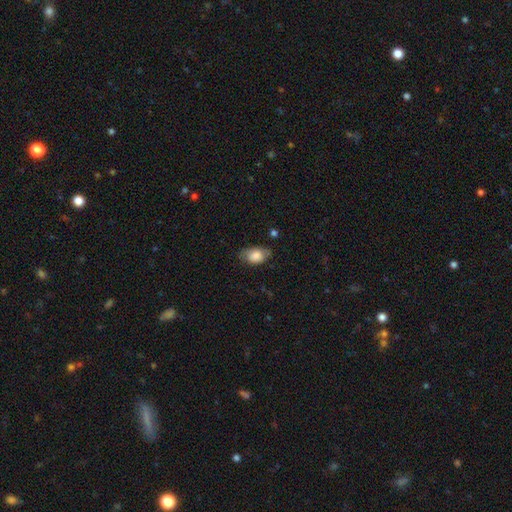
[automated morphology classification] This appears to be a smooth galaxy with no disk features (76%) that is in between round and cigar-shaped (89%). Merging: none (62%).